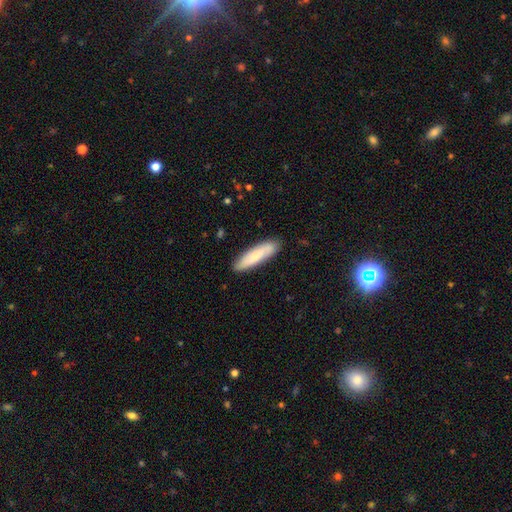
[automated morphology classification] This is likely a smooth galaxy (77%). How rounded: likely cigar-shaped (71%). Merging: clearly none (87%).